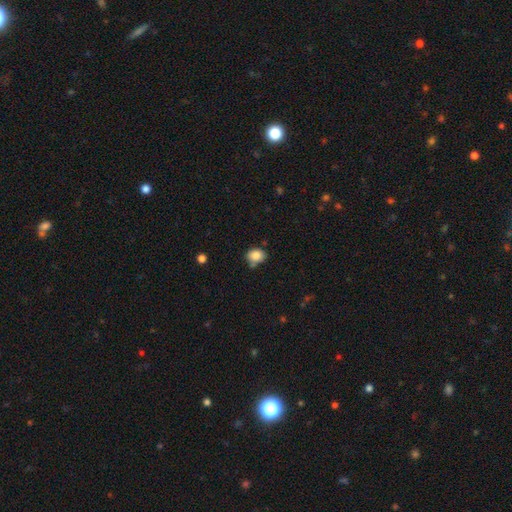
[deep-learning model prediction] smooth-or-featured: smooth: 85% | star or artifact: 9% | featured or disk: 6%
  how-rounded: round: 50% | in between: 49% | cigar-shaped: 1%
  merging: none: 66% | minor disturbance: 19% | merger: 10% | major disturbance: 4%